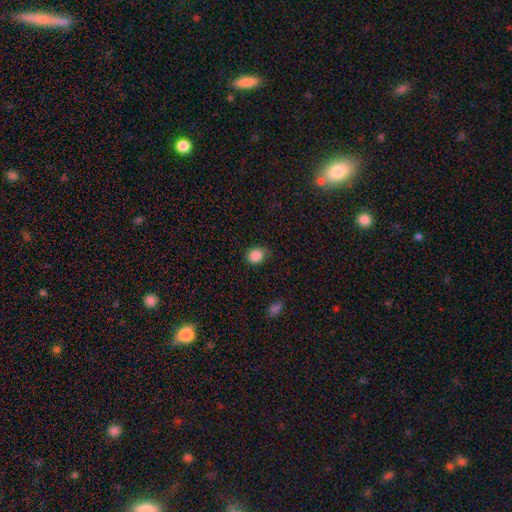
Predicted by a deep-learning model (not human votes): Morphology: type=smooth (87%); roundness=round (60%); merging=none (65%).